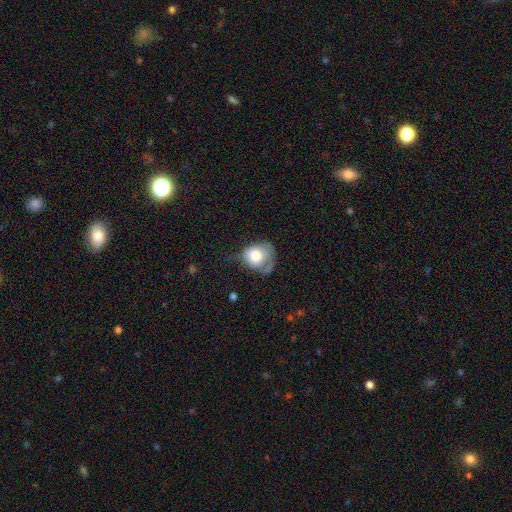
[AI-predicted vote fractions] smooth 71%, featured or disk 21%, star or artifact 8%. Down the decision tree: how rounded — round (62%); merging — major disturbance (35%, tied with minor disturbance).